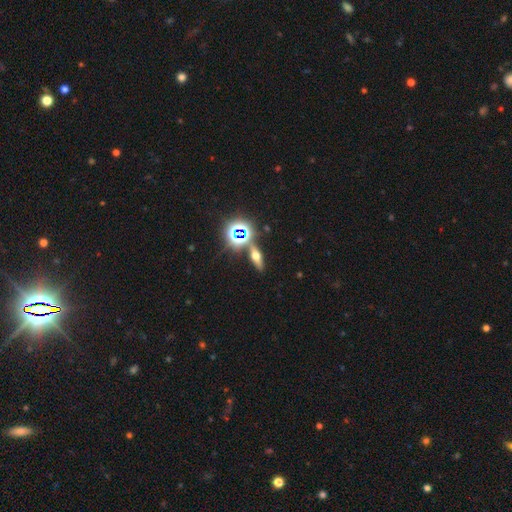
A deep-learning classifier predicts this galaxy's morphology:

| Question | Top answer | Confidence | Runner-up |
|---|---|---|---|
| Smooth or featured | featured or disk | 40% | smooth (33%) |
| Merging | none | 81% | minor disturbance (9%) |